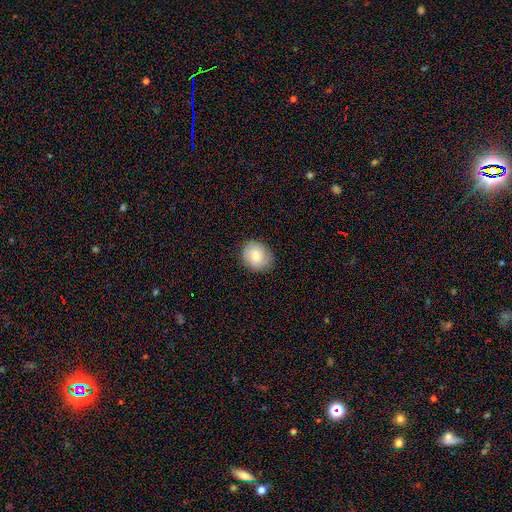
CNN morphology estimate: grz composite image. It shows a smooth galaxy with no disk features (76%) that is round (72%). Merging: none (83%).